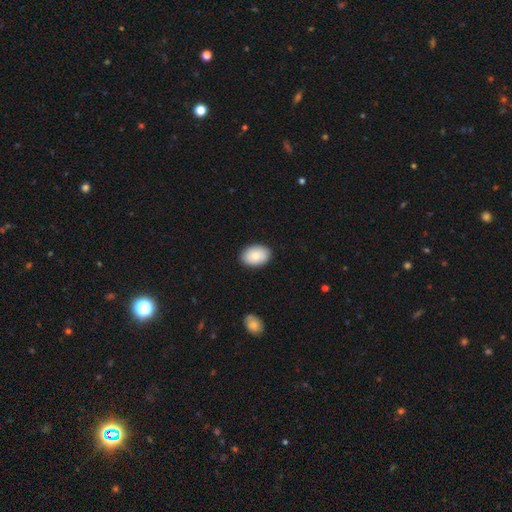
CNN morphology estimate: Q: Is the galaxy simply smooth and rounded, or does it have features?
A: smooth — 84%.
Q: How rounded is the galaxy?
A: in between — 85%.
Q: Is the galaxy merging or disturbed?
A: none — 88%.